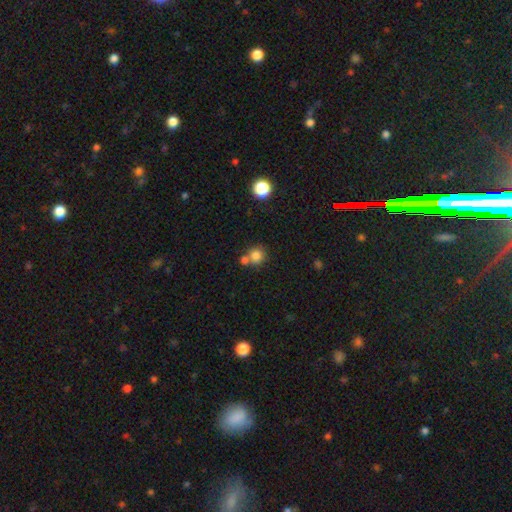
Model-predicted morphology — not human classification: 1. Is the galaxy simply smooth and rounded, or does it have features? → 81% smooth, 12% star or artifact, 7% featured or disk.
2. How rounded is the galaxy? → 90% round, 9% in between, 1% cigar-shaped.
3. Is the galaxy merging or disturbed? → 59% none, 29% merger, 9% minor disturbance, 3% major disturbance.